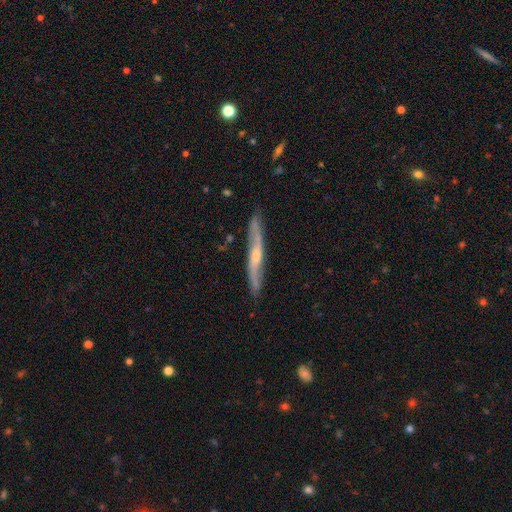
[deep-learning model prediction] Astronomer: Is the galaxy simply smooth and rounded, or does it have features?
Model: featured or disk — 72%.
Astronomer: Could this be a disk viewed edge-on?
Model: yes — 76%.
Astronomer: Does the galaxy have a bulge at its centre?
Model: rounded — 58% (runner-up: none, 34%).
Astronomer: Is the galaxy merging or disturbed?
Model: none — 83%.